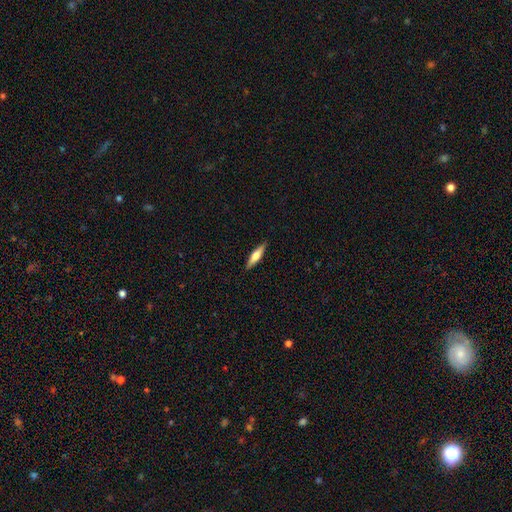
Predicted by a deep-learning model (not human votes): Smooth or featured? smooth (50%)
Merging? none (89%)